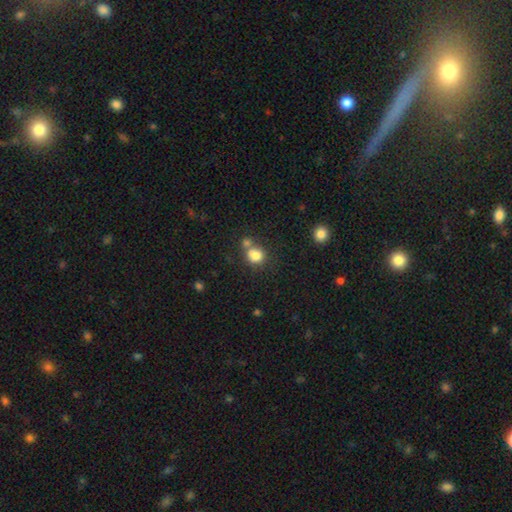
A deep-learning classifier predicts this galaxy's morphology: A smooth galaxy with no disk features (80%) that is round (76%). Merging: none (48%).